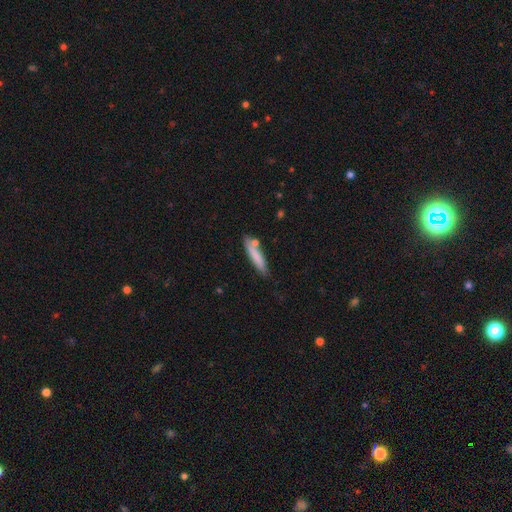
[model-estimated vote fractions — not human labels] This is likely a smooth galaxy (77%). How rounded: clearly cigar-shaped (84%). Merging: likely none (71%).